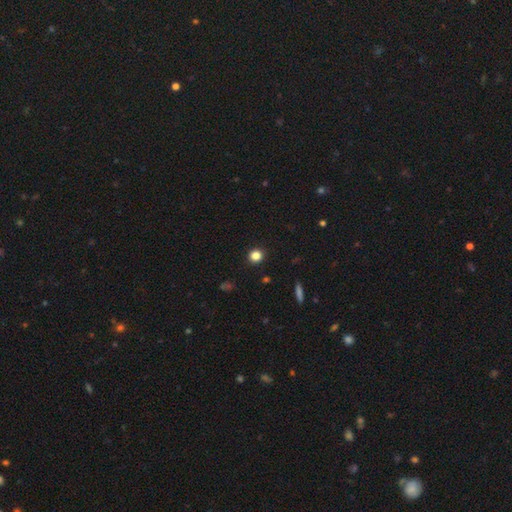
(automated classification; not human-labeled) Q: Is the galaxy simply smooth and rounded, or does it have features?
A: smooth — 84%.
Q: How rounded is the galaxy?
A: round — 91%.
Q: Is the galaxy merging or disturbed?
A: none — 92%.